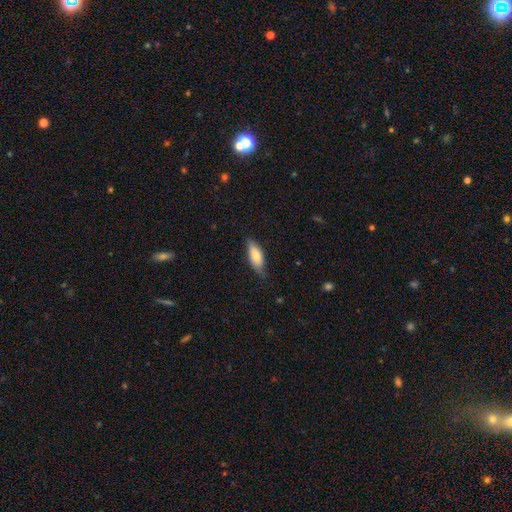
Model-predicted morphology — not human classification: Overall: smooth (70%). How rounded: in between (76%). Merging: none (75%).